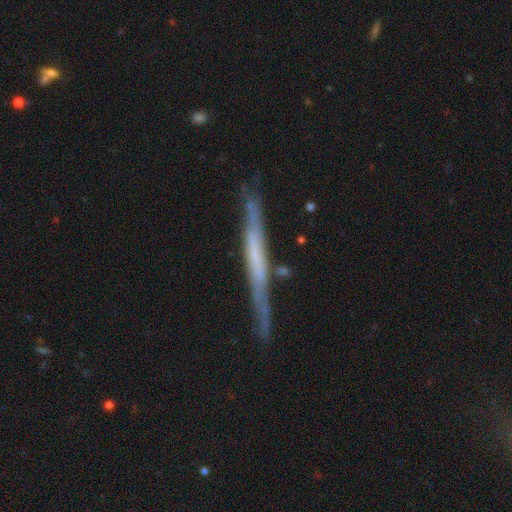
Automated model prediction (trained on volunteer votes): Smooth or featured: featured or disk — 65% (smooth — 29%)
Edge-on disk: yes — 93% (no — 7%)
Edge-on bulge: none — 77% (boxy — 12%)
Merging: none — 75% (minor disturbance — 18%)